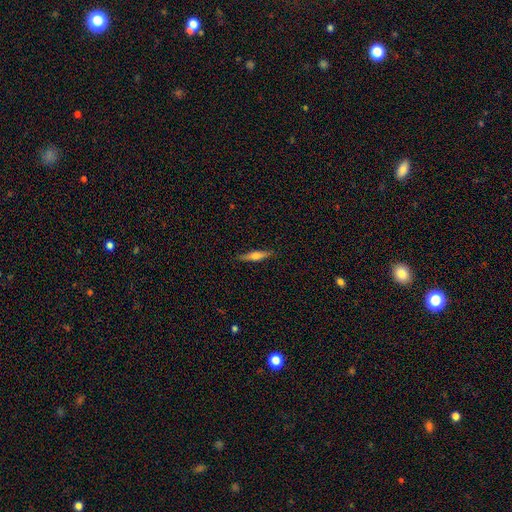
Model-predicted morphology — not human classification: featured or disk 47% (tied), smooth 47% (tied), star or artifact 6%. Down the decision tree: merging — none (88%).